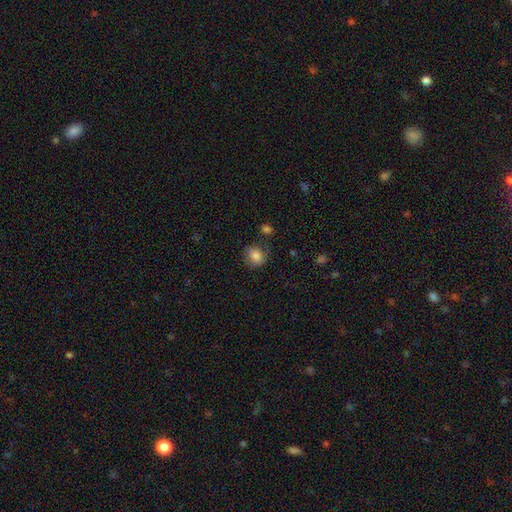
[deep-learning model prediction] This is likely a smooth galaxy (80%). How rounded: likely round (68%). Merging: likely none (64%).